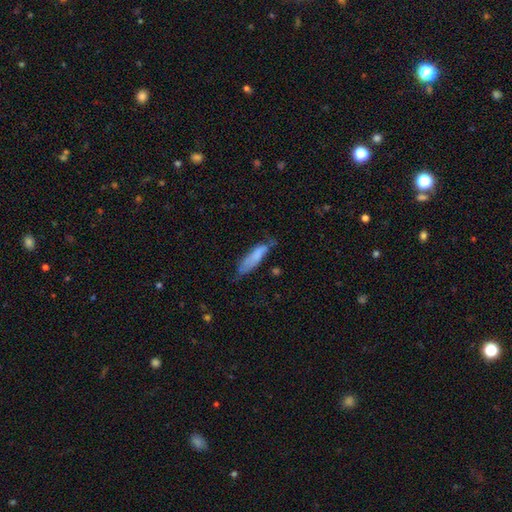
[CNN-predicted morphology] smooth-or-featured: smooth: 70% | featured or disk: 23% | star or artifact: 7%
  how-rounded: cigar-shaped: 66% | in between: 33% | round: 2%
  merging: none: 49% | minor disturbance: 35% | major disturbance: 13% | merger: 4%